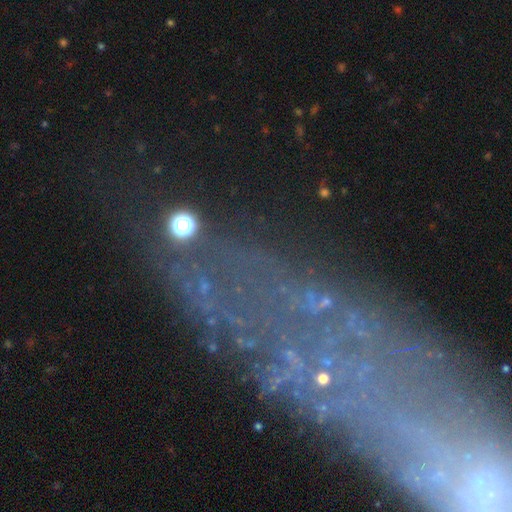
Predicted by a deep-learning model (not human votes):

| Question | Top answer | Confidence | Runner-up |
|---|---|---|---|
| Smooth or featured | star or artifact | 50% | featured or disk (30%) |